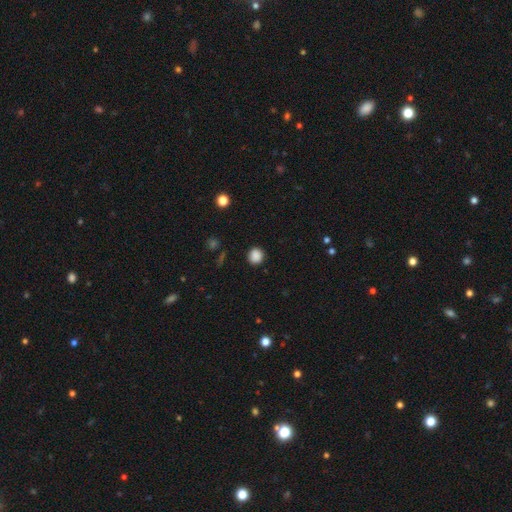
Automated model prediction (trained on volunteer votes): Smooth or featured?
  - smooth: 87% *
  - star or artifact: 10%
  - featured or disk: 3%
How rounded?
  - round: 87% *
  - in between: 12%
  - cigar-shaped: 1%
Merging?
  - none: 89% *
  - minor disturbance: 8%
  - major disturbance: 2%
  - merger: 1%